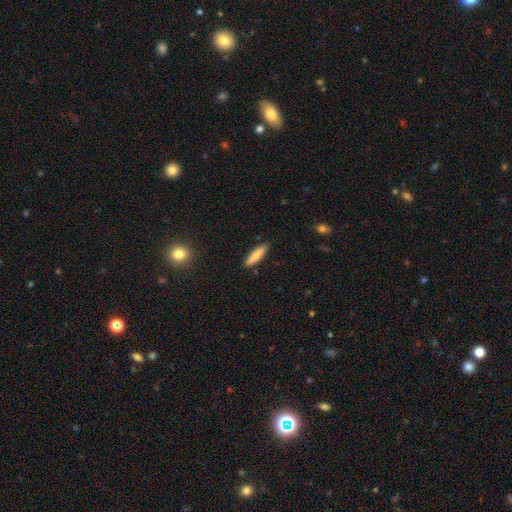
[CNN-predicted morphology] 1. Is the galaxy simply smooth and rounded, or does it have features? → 75% smooth, 19% featured or disk, 7% star or artifact.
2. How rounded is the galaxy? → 73% cigar-shaped, 26% in between, 2% round.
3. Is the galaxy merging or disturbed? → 86% none, 10% minor disturbance, 2% major disturbance, 1% merger.